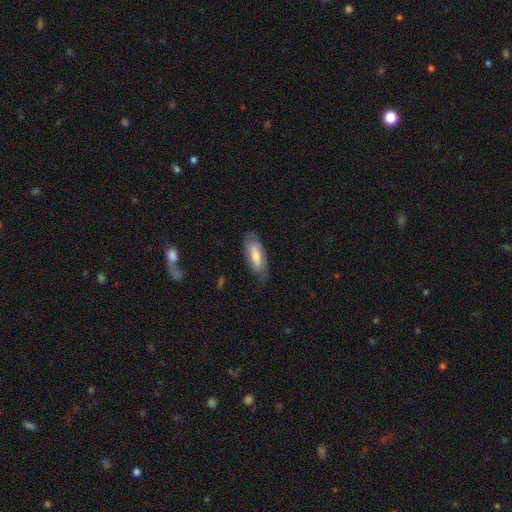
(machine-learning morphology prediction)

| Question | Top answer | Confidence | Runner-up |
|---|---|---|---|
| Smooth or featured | smooth | 59% | featured or disk (35%) |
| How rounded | in between | 75% | cigar-shaped (23%) |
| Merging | none | 67% | minor disturbance (24%) |